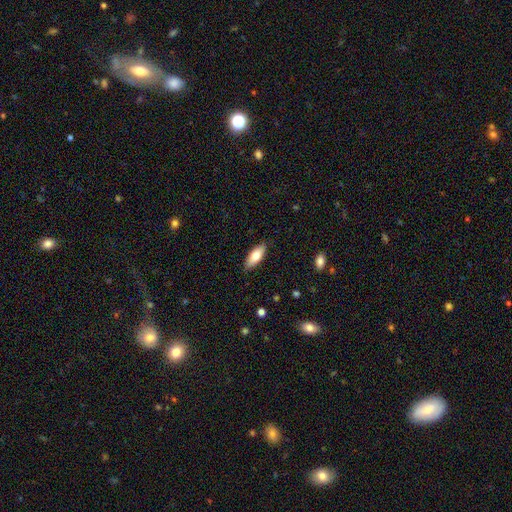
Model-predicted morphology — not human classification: Smooth or featured: smooth — 70% (featured or disk — 24%)
How rounded: in between — 73% (cigar-shaped — 25%)
Merging: none — 88% (minor disturbance — 10%)